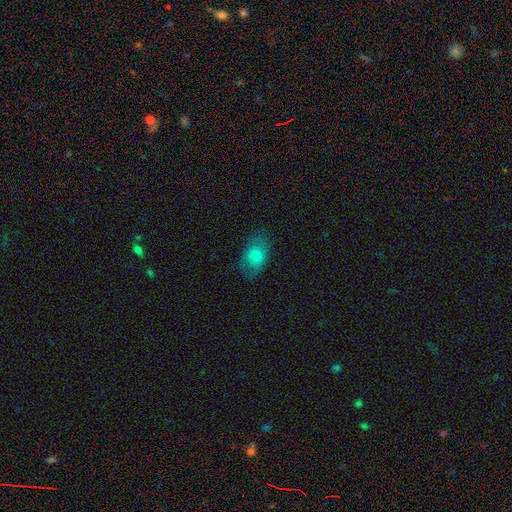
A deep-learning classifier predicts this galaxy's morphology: smooth 74%, featured or disk 17%, star or artifact 9%. Down the decision tree: how rounded — in between (85%); merging — none (71%).